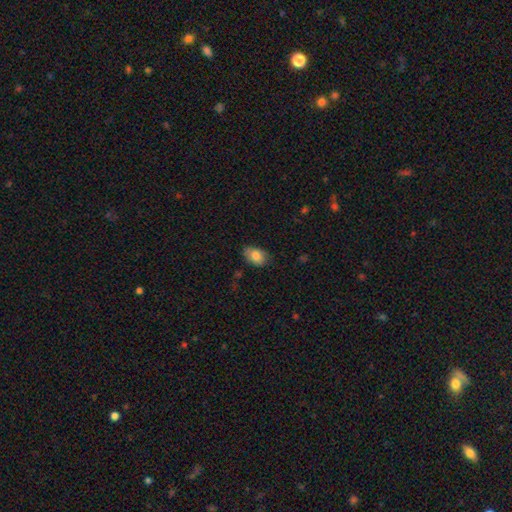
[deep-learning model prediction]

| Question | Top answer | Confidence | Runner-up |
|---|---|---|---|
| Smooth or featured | smooth | 83% | featured or disk (10%) |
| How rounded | in between | 86% | round (13%) |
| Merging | none | 74% | minor disturbance (20%) |